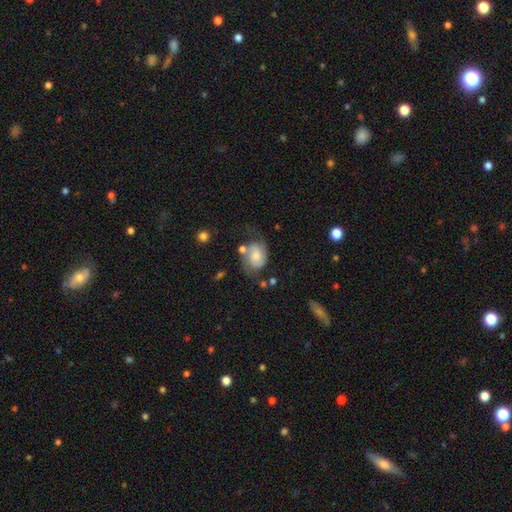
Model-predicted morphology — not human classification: The model was most divided on "smooth or featured": featured or disk: 48%, smooth: 44%, star or artifact: 8%. Remaining: merging — none (44%).